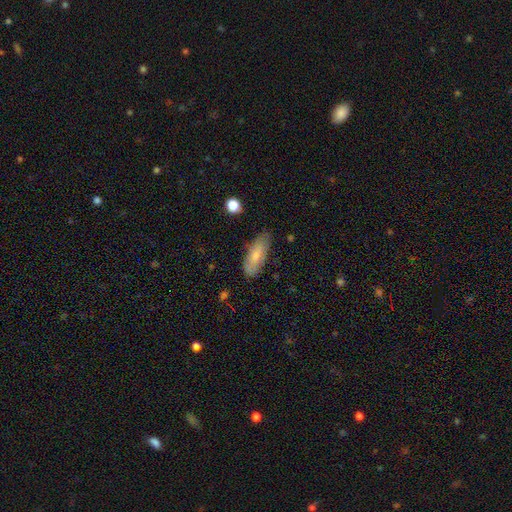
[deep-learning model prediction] Morphology: type=smooth (71%); roundness=in between (73%); merging=none (74%).